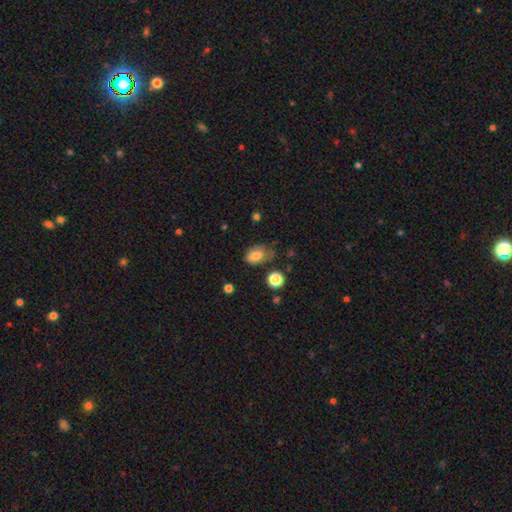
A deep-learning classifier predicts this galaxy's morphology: Smooth or featured?
  - smooth: 76% *
  - featured or disk: 14%
  - star or artifact: 10%
How rounded?
  - in between: 84% *
  - round: 15%
  - cigar-shaped: 1%
Merging?
  - none: 47% *
  - minor disturbance: 35%
  - major disturbance: 14%
  - merger: 3%